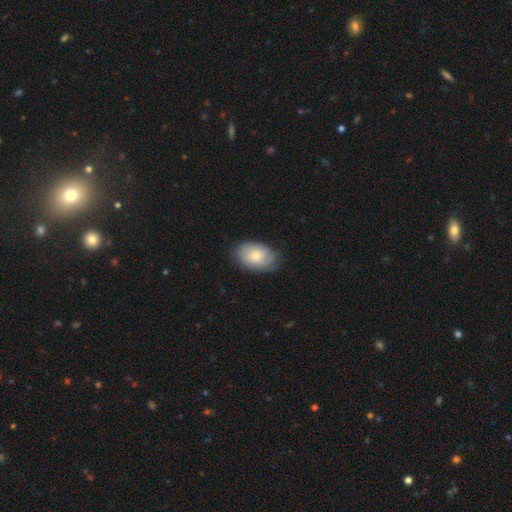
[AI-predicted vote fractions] This is likely a smooth galaxy (68%). How rounded: clearly in between (87%). Merging: likely none (71%).